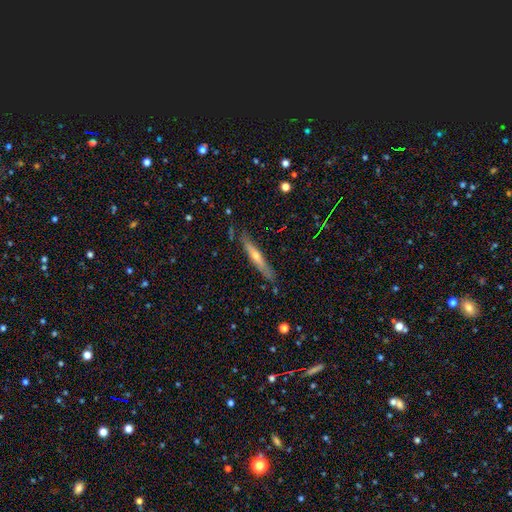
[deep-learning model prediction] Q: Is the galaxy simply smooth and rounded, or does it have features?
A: featured or disk — 57%.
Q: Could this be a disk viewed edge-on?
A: yes — 92%.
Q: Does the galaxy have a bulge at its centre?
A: rounded — 71%.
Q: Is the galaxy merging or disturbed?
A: none — 83%.